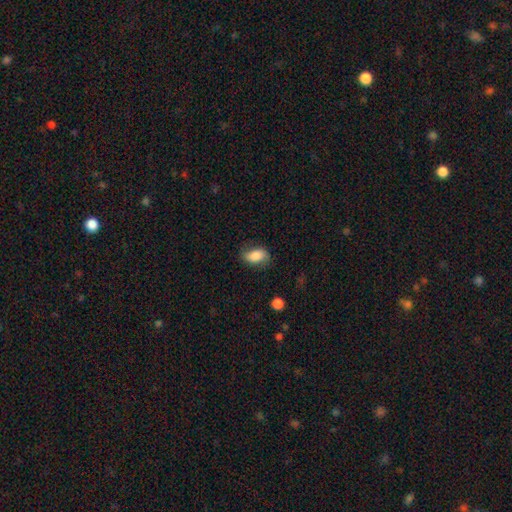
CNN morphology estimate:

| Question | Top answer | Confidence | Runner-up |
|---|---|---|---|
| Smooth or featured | smooth | 80% | featured or disk (13%) |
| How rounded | in between | 89% | round (6%) |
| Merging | none | 71% | minor disturbance (22%) |